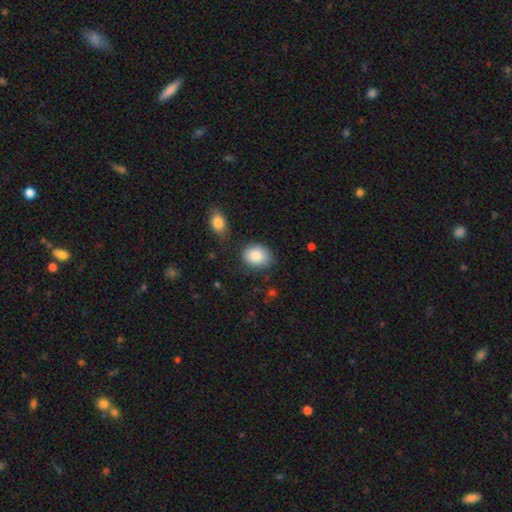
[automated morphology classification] Smooth or featured?
  - smooth: 86% *
  - star or artifact: 7%
  - featured or disk: 7%
How rounded?
  - in between: 54% *
  - round: 45%
  - cigar-shaped: 1%
Merging?
  - none: 78% *
  - minor disturbance: 14%
  - merger: 4%
  - major disturbance: 4%